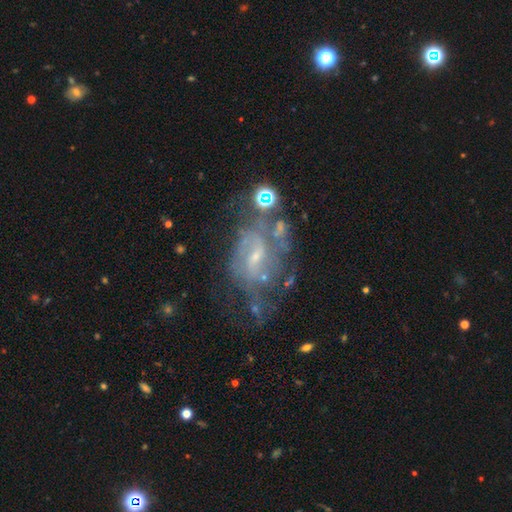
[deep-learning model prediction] The model was most divided on "spiral winding": medium: 42%, tight: 40%, loose: 18%. Remaining: edge-on disk — no (96%); spiral arms — yes (82%); smooth or featured — featured or disk (78%); bulge size — small (67%); bar — weak (52%); merging — none (46%); spiral arm count — can't tell (43%).